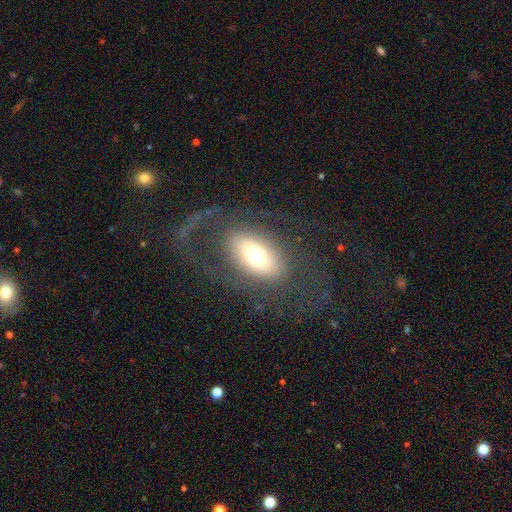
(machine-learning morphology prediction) Smooth or featured? Predicted: smooth (p=0.58). How rounded? Predicted: in between (p=0.83). Merging? Predicted: none (p=0.65).